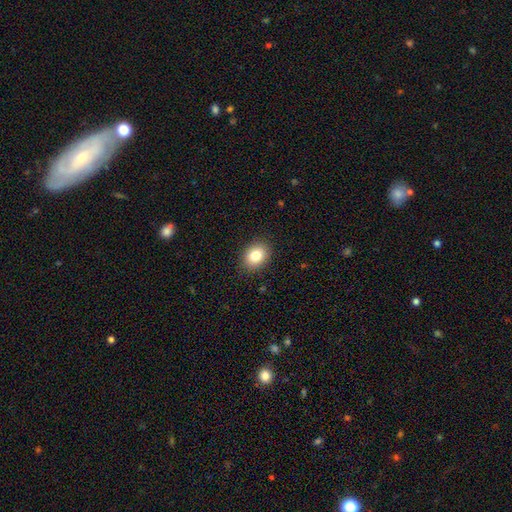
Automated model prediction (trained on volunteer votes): A smooth galaxy with no disk features (82%) that is in between round and cigar-shaped (61%). Merging: none (88%).